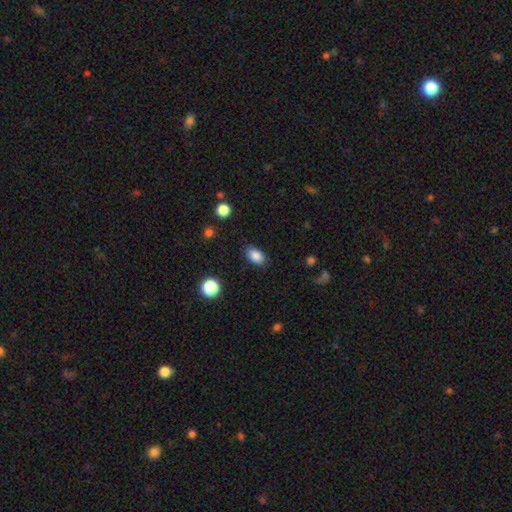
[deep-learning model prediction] Morphology: type=smooth (86%); roundness=in between (89%); merging=none (85%).